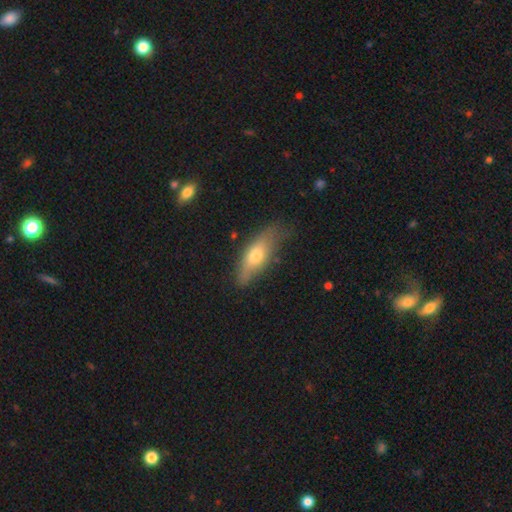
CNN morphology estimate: A smooth galaxy with no disk features (57%) that is in between round and cigar-shaped (55%). Merging: none (69%).